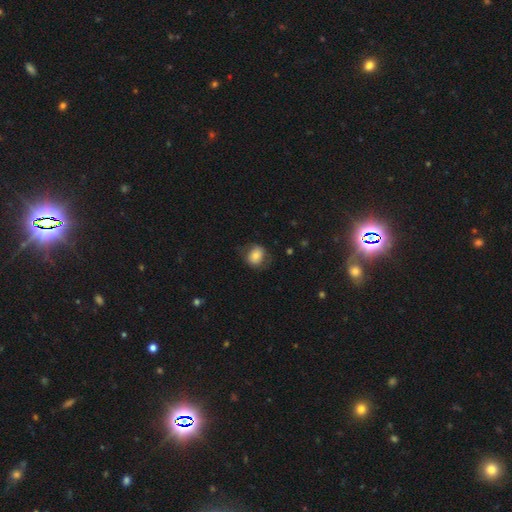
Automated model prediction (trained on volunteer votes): The model was most divided on "how rounded": round: 58%, in between: 41%, cigar-shaped: 1%. More confident: smooth or featured — smooth (73%); merging — none (67%).